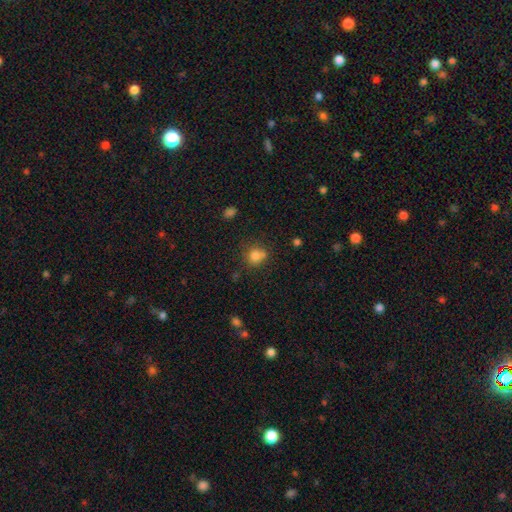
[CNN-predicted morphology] A smooth galaxy with no disk features (78%) that is round (78%).

Vote fractions:
- Smooth or featured? smooth: 78% / star or artifact: 13% / featured or disk: 9%
- How rounded? round: 78% / in between: 21% / cigar-shaped: 1%
- Merging? none: 53% / merger: 25% / minor disturbance: 16% / major disturbance: 6%